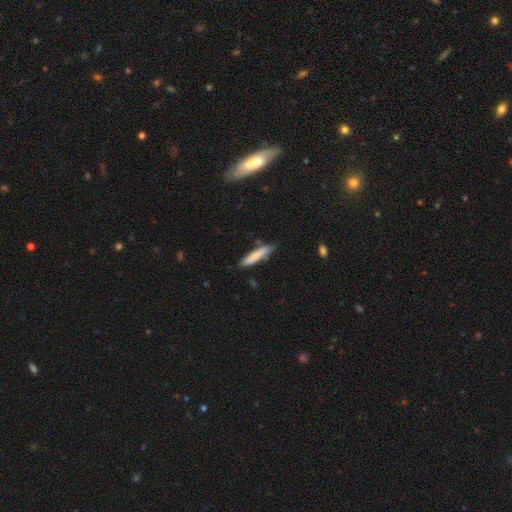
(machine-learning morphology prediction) Smooth or featured? smooth (80%)
How rounded? cigar-shaped (85%)
Merging? none (79%)